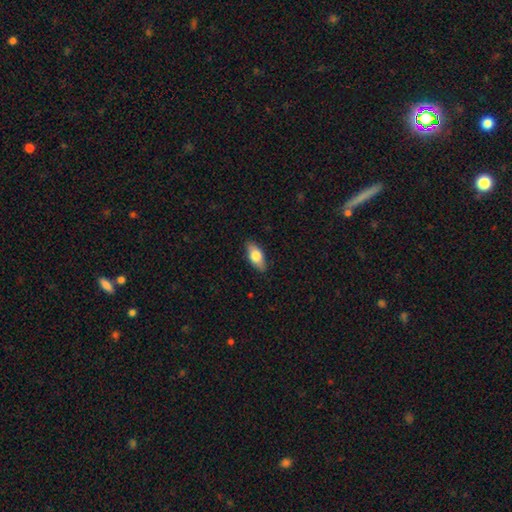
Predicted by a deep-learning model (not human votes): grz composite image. It shows a smooth galaxy with no disk features (73%) that is in between round and cigar-shaped (85%). Merging: none (86%).